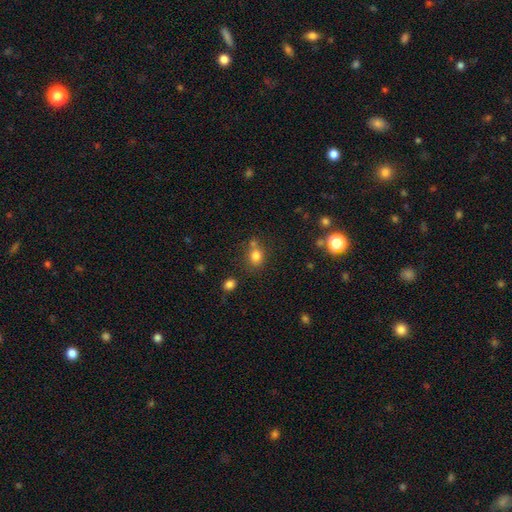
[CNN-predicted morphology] Overall: smooth (79%). How rounded: round (63%; in between 36%). Merging: none (58%; merger 22%).